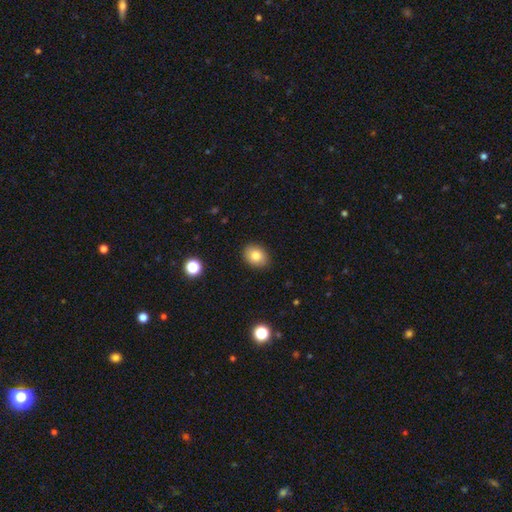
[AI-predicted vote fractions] smooth_or_featured: smooth (p=0.82) [alt: star or artifact p=0.09]
how_rounded: in between (p=0.62) [alt: round p=0.37]
merging: none (p=0.89) [alt: minor disturbance p=0.08]